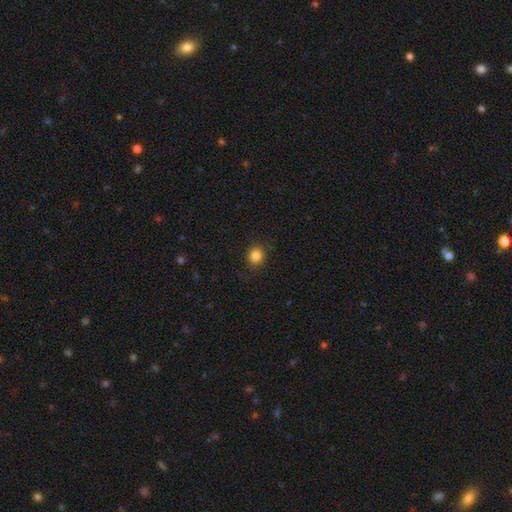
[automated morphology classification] Smooth or featured? Predicted: smooth (p=0.84). How rounded? Predicted: round (p=0.84). Merging? Predicted: none (p=0.88).